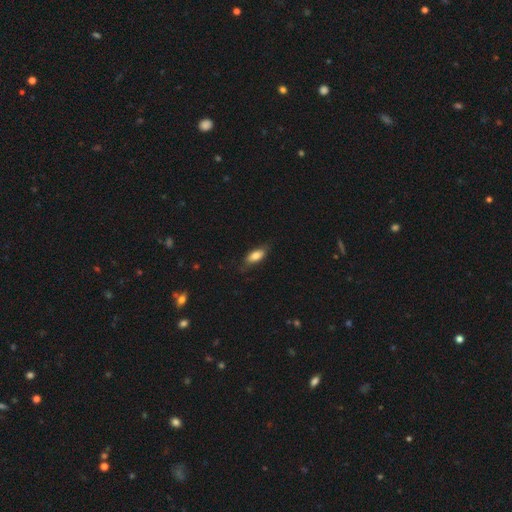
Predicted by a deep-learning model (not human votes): A smooth galaxy with no disk features (78%) that is in between round and cigar-shaped (83%).

Vote fractions:
- Smooth or featured? smooth: 78% / featured or disk: 15% / star or artifact: 7%
- How rounded? in between: 83% / cigar-shaped: 15% / round: 3%
- Merging? none: 72% / minor disturbance: 21% / major disturbance: 6% / merger: 1%